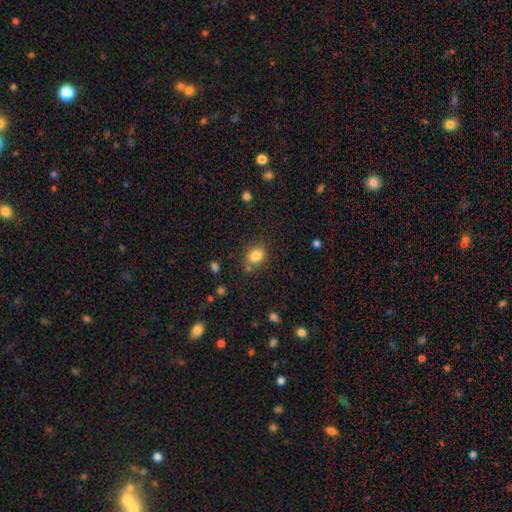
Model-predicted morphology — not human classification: smooth_or_featured: smooth (p=0.83) [alt: star or artifact p=0.11]
how_rounded: round (p=0.59) [alt: in between p=0.40]
merging: none (p=0.75) [alt: minor disturbance p=0.13]